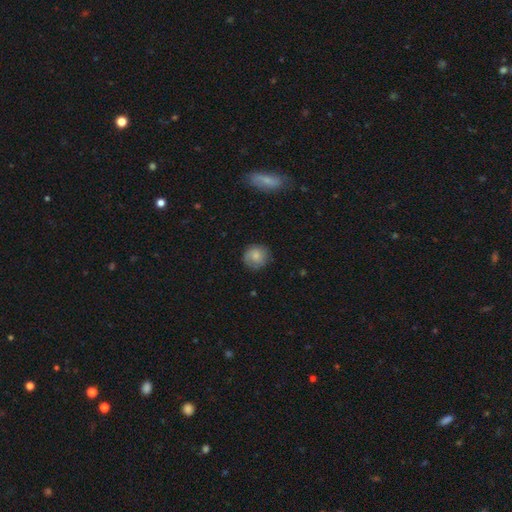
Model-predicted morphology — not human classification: Smooth or featured?
  - smooth: 80% *
  - featured or disk: 12%
  - star or artifact: 8%
How rounded?
  - round: 89% *
  - in between: 10%
  - cigar-shaped: 1%
Merging?
  - none: 81% *
  - minor disturbance: 15%
  - major disturbance: 3%
  - merger: 1%